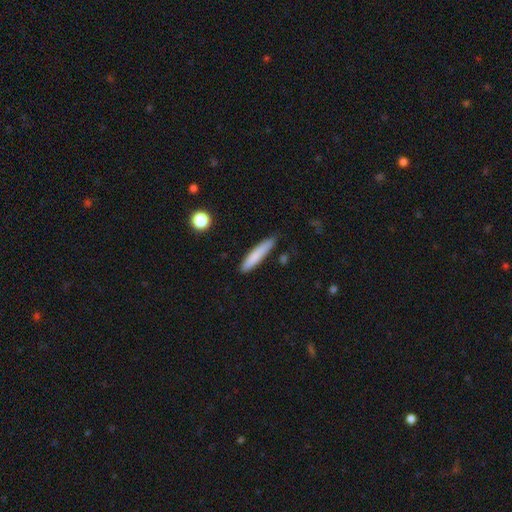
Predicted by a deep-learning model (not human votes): Overall: smooth (80%). How rounded: cigar-shaped (89%). Merging: none (80%).